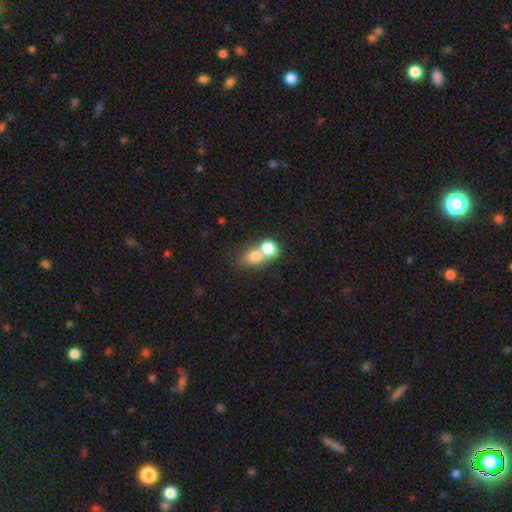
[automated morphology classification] Smooth or featured: smooth — 75% (featured or disk — 15%)
How rounded: round — 53% (in between — 45%)
Merging: merger — 68% (none — 23%)